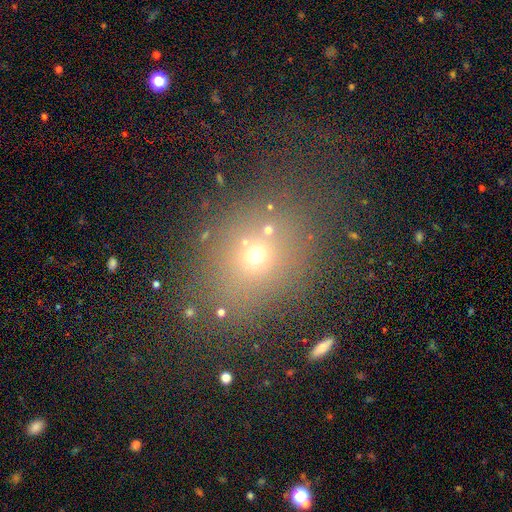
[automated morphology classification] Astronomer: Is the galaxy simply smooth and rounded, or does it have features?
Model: smooth — 60%.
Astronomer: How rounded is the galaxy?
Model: round — 59% (runner-up: in between, 39%).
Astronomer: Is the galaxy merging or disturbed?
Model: none — 75%.